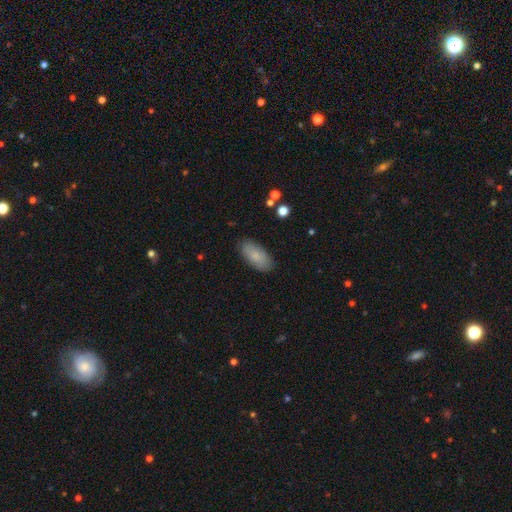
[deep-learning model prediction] Smooth or featured?
  - smooth: 81% *
  - featured or disk: 12%
  - star or artifact: 6%
How rounded?
  - in between: 90% *
  - cigar-shaped: 7%
  - round: 2%
Merging?
  - none: 86% *
  - minor disturbance: 11%
  - major disturbance: 2%
  - merger: 1%